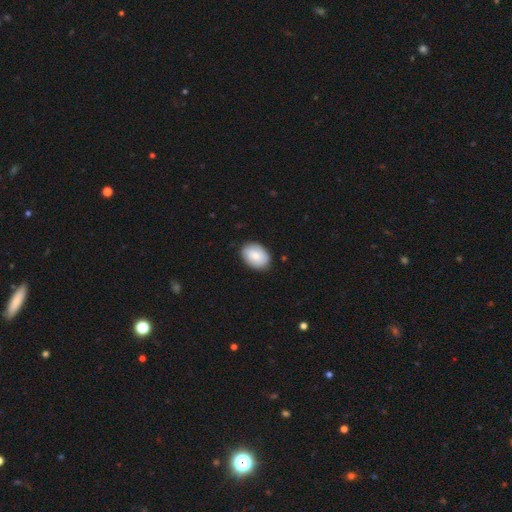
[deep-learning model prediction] This appears to be a smooth galaxy with no disk features (80%) that is in between round and cigar-shaped (78%). Merging: none (86%).